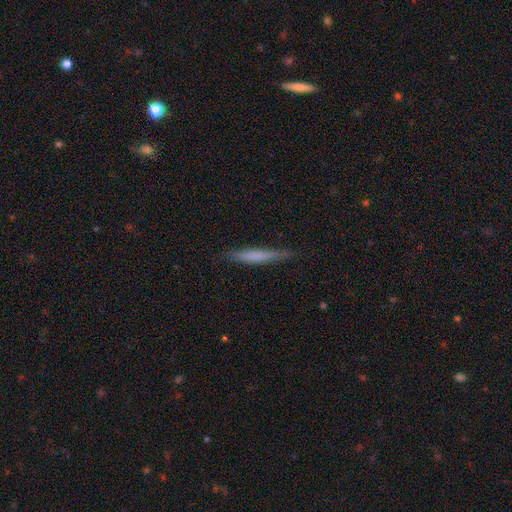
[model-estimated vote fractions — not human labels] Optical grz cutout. It shows a smooth galaxy with no disk features (62%) that is cigar-shaped (94%). Merging: none (83%).